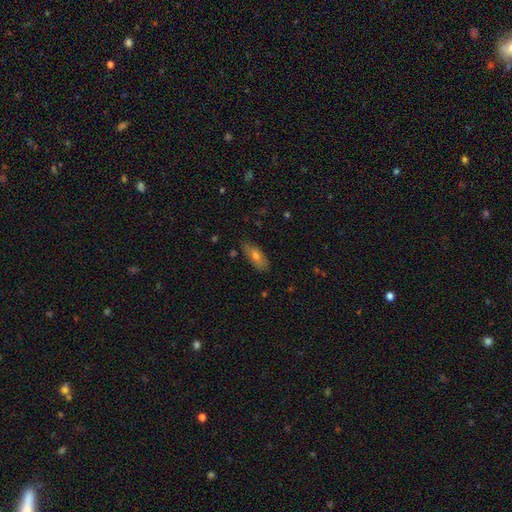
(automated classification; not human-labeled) A smooth galaxy with no disk features (65%) that is in between round and cigar-shaped (74%). Merging: none (75%).